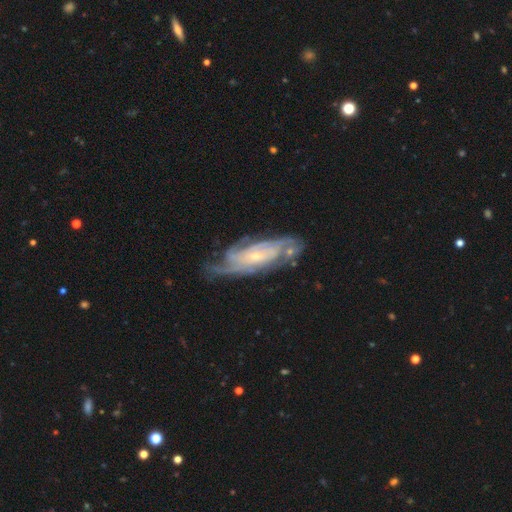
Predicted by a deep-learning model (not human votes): featured or disk 85%, smooth 9%, star or artifact 6%. Down the decision tree: edge-on disk — no (88%); bar — no (62%); spiral arms — yes (95%); spiral arm count — can't tell (36%); spiral winding — tight (61%); bulge size — small (73%); merging — none (67%).